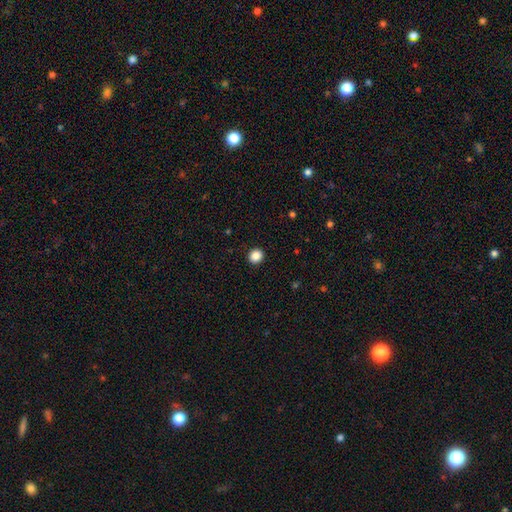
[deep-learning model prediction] smooth-or-featured: smooth: 87% | star or artifact: 10% | featured or disk: 3%
  how-rounded: round: 83% | in between: 16% | cigar-shaped: 1%
  merging: none: 92% | minor disturbance: 5% | major disturbance: 2% | merger: 1%